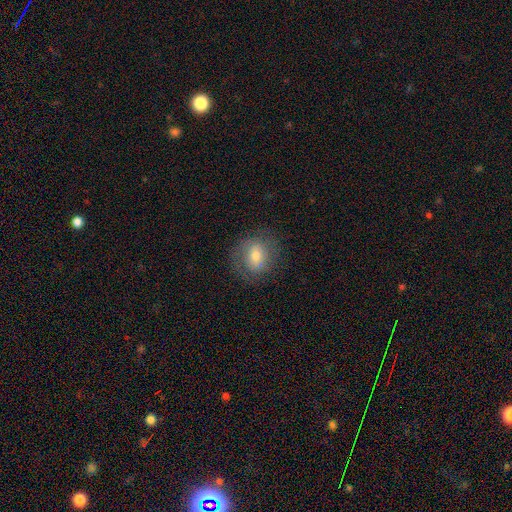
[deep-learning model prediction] Smooth or featured: smooth — 58% (featured or disk — 32%)
How rounded: round — 68% (in between — 31%)
Merging: none — 76% (minor disturbance — 15%)